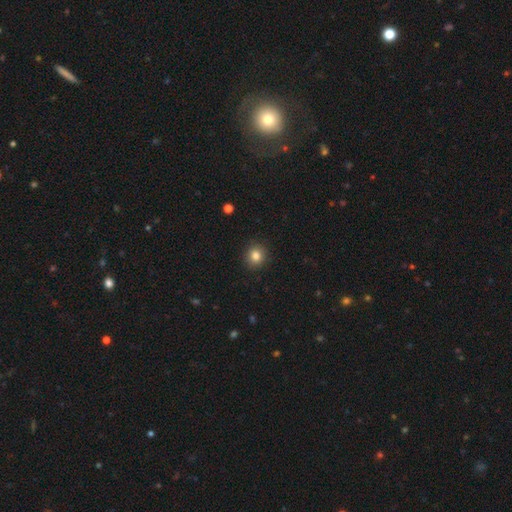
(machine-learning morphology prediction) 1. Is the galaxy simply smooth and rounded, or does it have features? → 83% smooth, 11% star or artifact, 6% featured or disk.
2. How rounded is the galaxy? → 87% round, 12% in between, 1% cigar-shaped.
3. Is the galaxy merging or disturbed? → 92% none, 6% minor disturbance, 2% major disturbance, 1% merger.